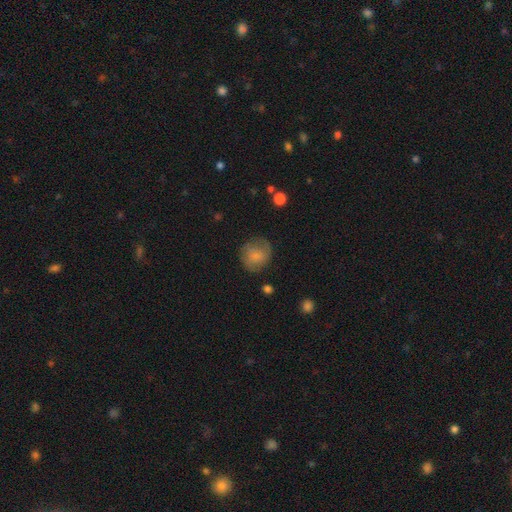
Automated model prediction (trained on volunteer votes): Overall: smooth (65%; featured or disk 27%). How rounded: round (81%). Merging: none (64%).